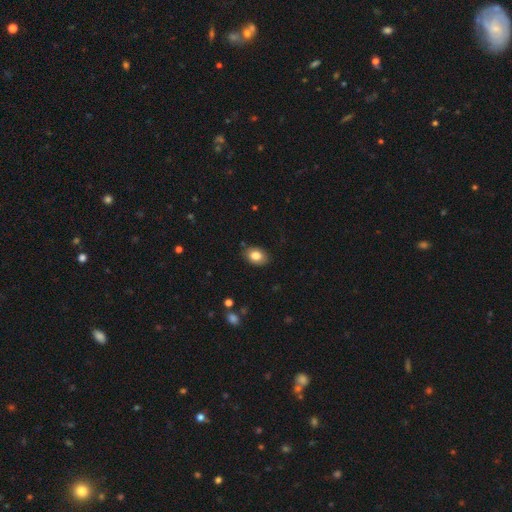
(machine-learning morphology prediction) smooth_or_featured: smooth (p=0.82) [alt: featured or disk p=0.09]
how_rounded: in between (p=0.78) [alt: round p=0.21]
merging: none (p=0.84) [alt: minor disturbance p=0.12]